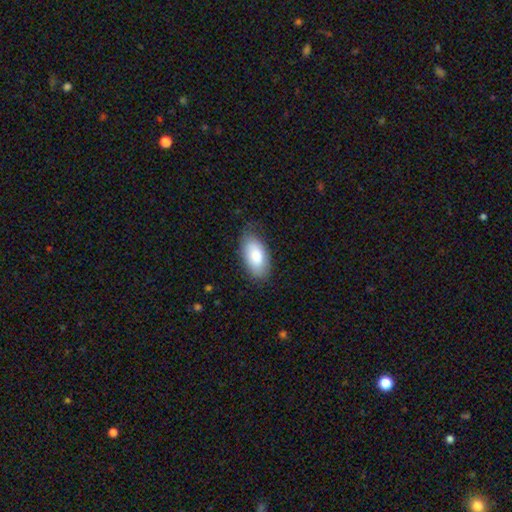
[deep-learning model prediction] A smooth galaxy with no disk features (81%) that is in between round and cigar-shaped (94%). Merging: none (77%).